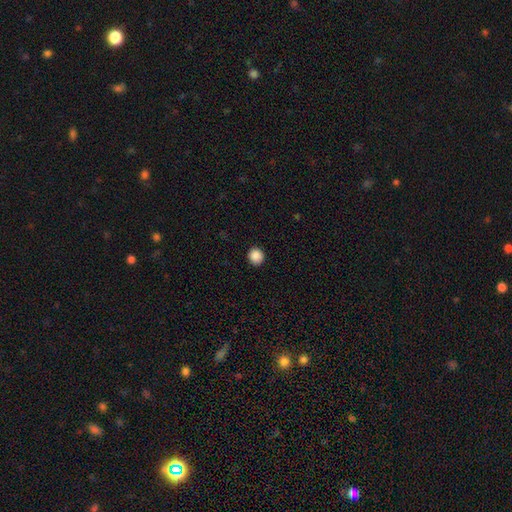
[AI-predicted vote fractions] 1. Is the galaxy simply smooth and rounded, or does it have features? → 88% smooth, 9% star or artifact, 2% featured or disk.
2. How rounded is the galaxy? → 91% round, 8% in between, 1% cigar-shaped.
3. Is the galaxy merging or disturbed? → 92% none, 5% minor disturbance, 2% major disturbance, 1% merger.